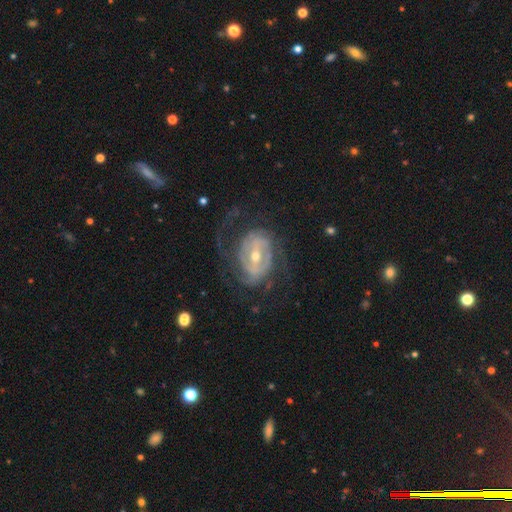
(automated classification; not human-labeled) smooth_or_featured: featured or disk (p=0.87) [alt: smooth p=0.08]
disk_edge_on: no (p=0.96) [alt: yes p=0.04]
bar: weak (p=0.41) [alt: strong p=0.39]
has_spiral_arms: yes (p=0.90) [alt: no p=0.10]
spiral_winding: tight (p=0.42) [alt: medium p=0.39]
spiral_arm_count: 2 (p=0.47) [alt: can't tell p=0.24]
bulge_size: moderate (p=0.50) [alt: small p=0.46]
merging: none (p=0.61) [alt: major disturbance p=0.22]